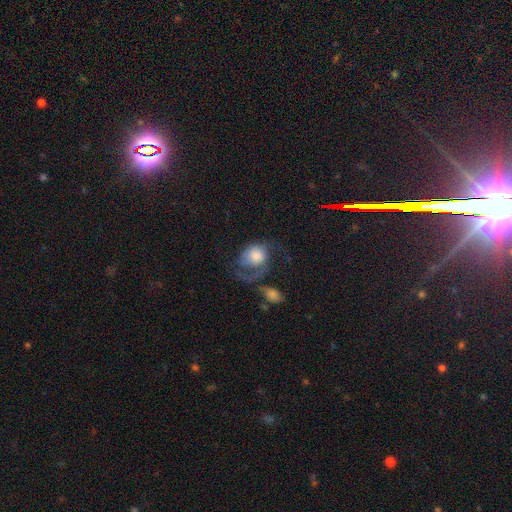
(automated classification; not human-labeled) The model was most divided on "smooth or featured": smooth: 50%, featured or disk: 43%, star or artifact: 8%. More confident: merging — major disturbance (52%).